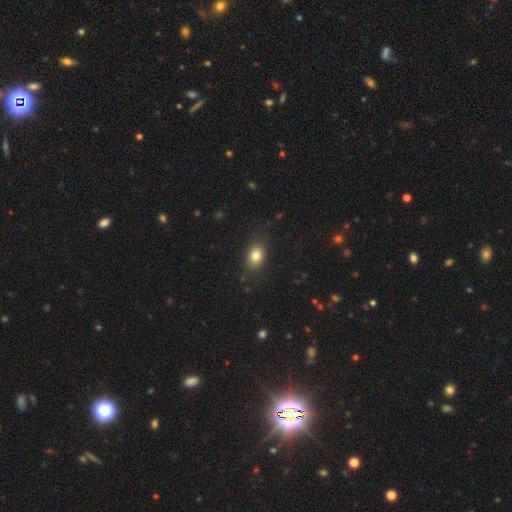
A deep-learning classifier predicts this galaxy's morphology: This is clearly a smooth galaxy (81%). How rounded: likely in between (68%). Merging: clearly none (81%).